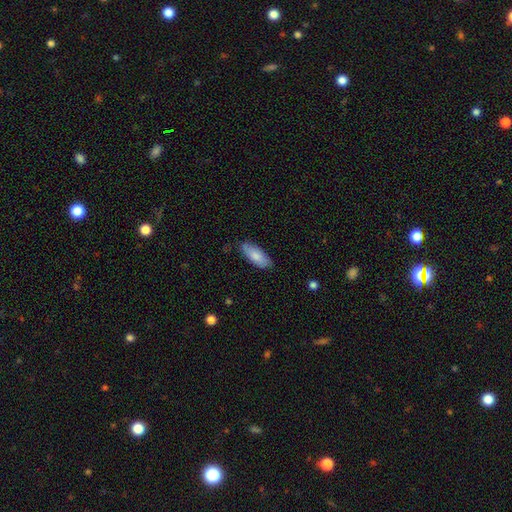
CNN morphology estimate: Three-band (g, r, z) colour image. It shows a smooth galaxy with no disk features (82%) that is in between round and cigar-shaped (76%). Merging: none (78%).